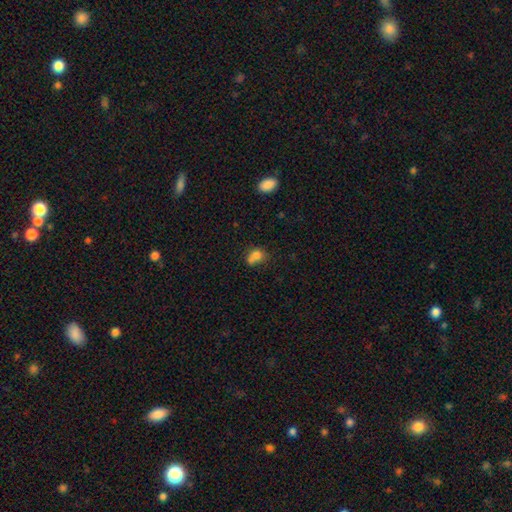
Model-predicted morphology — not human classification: smooth 76%, featured or disk 12%, star or artifact 12%. Down the decision tree: how rounded — round (54%); merging — merger (35%, tied with none).